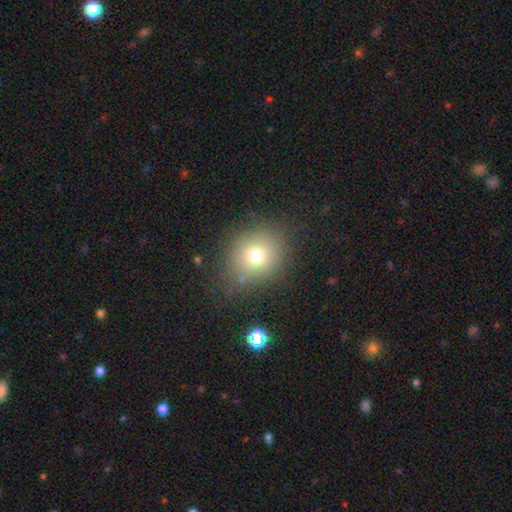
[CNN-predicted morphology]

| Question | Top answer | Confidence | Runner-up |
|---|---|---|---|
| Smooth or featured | smooth | 73% | star or artifact (15%) |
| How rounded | round | 71% | in between (28%) |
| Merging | none | 80% | minor disturbance (13%) |